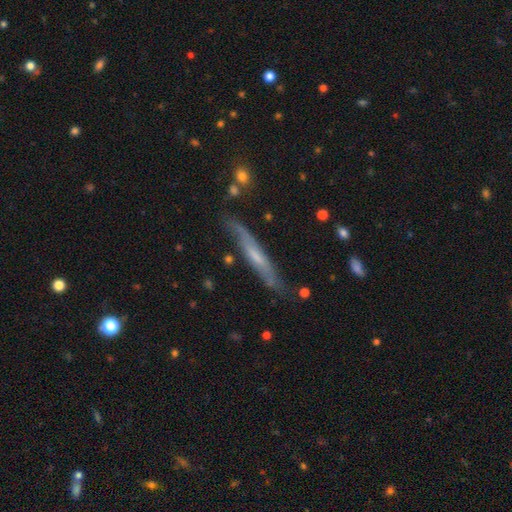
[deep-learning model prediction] Smooth or featured?
  - featured or disk: 61% *
  - smooth: 31%
  - star or artifact: 9%
Edge-on disk?
  - yes: 90% *
  - no: 10%
Edge-on bulge?
  - rounded: 48% *
  - none: 44%
  - boxy: 8%
Merging?
  - none: 79% *
  - minor disturbance: 15%
  - major disturbance: 3%
  - merger: 3%